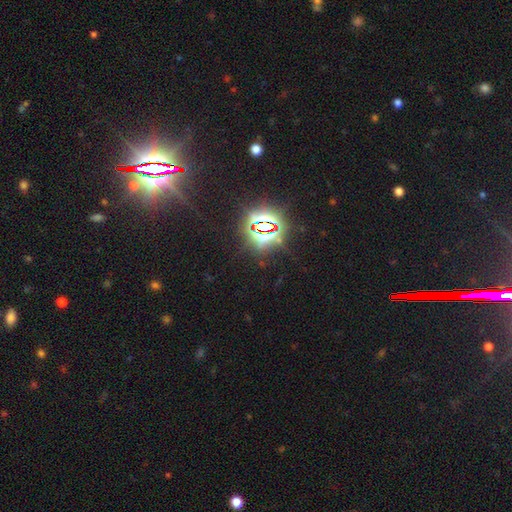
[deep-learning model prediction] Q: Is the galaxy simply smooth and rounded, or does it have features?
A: star or artifact — 85%.